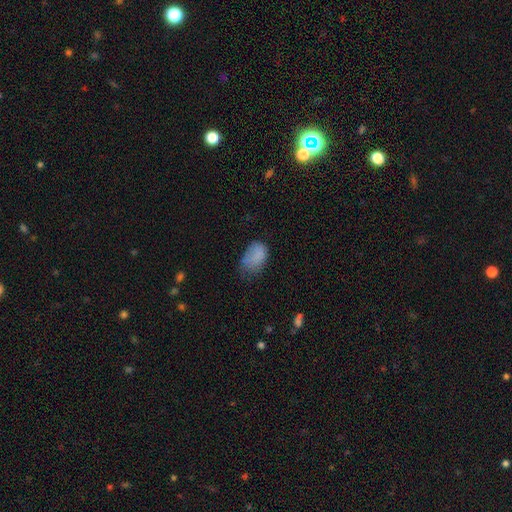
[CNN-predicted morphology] smooth_or_featured: smooth (p=0.81) [alt: featured or disk p=0.10]
how_rounded: in between (p=0.88) [alt: round p=0.11]
merging: minor disturbance (p=0.39) [alt: none p=0.33]